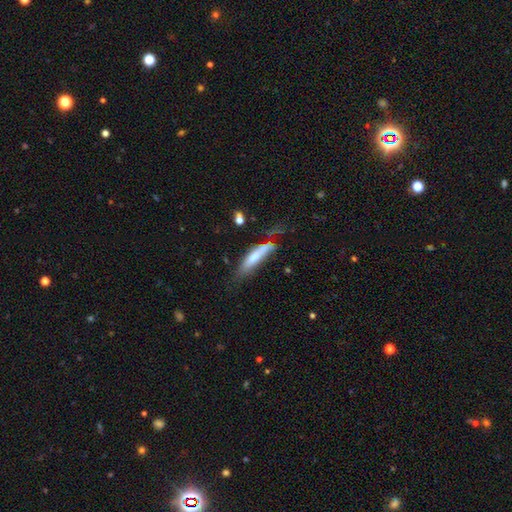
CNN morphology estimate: This is possibly a smooth galaxy (60%). How rounded: likely cigar-shaped (68%). Merging: marginally none (36%).